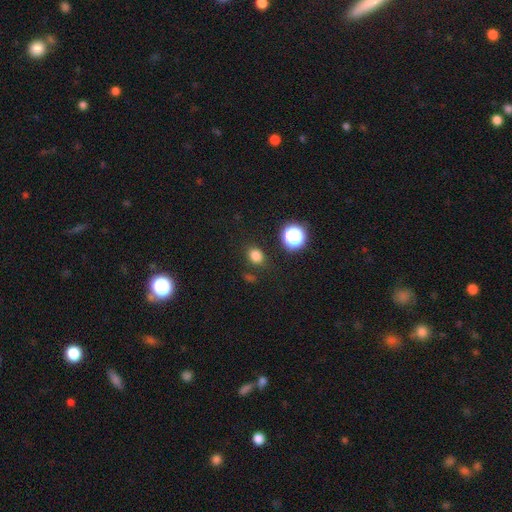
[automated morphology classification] Overall: smooth (78%). How rounded: round (52%; in between 47%). Merging: none (83%).